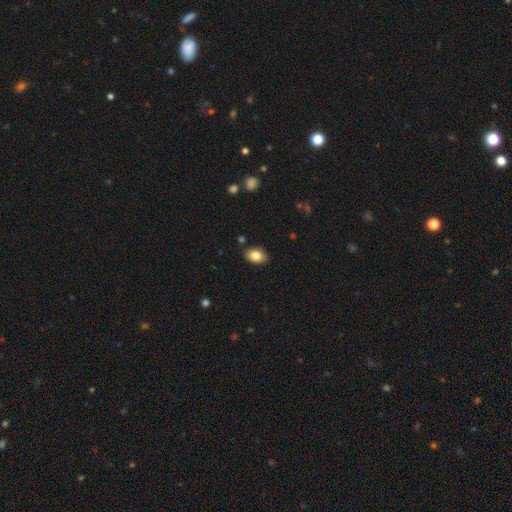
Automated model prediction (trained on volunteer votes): Smooth or featured?
  - smooth: 83% *
  - featured or disk: 9%
  - star or artifact: 8%
How rounded?
  - in between: 85% *
  - round: 14%
  - cigar-shaped: 1%
Merging?
  - none: 87% *
  - minor disturbance: 10%
  - major disturbance: 2%
  - merger: 2%